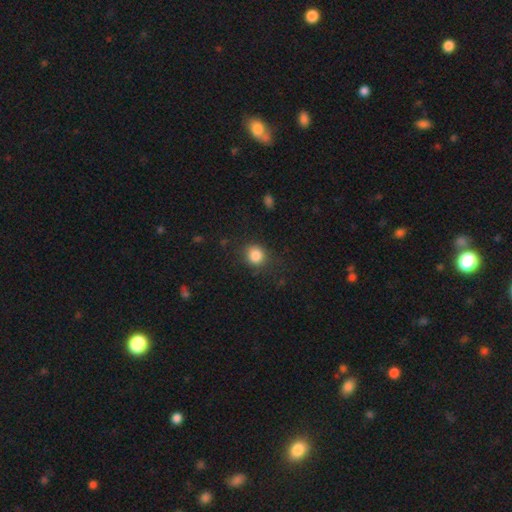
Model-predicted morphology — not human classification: smooth 84%, star or artifact 10%, featured or disk 5%. Down the decision tree: how rounded — round (79%); merging — none (77%).